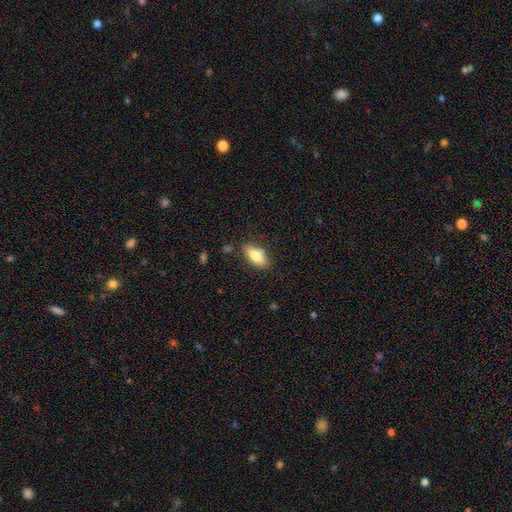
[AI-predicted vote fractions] A smooth galaxy with no disk features (80%) that is in between round and cigar-shaped (77%).

Vote fractions:
- Smooth or featured? smooth: 80% / featured or disk: 14% / star or artifact: 7%
- How rounded? in between: 77% / cigar-shaped: 21% / round: 2%
- Merging? none: 82% / minor disturbance: 13% / major disturbance: 3% / merger: 2%